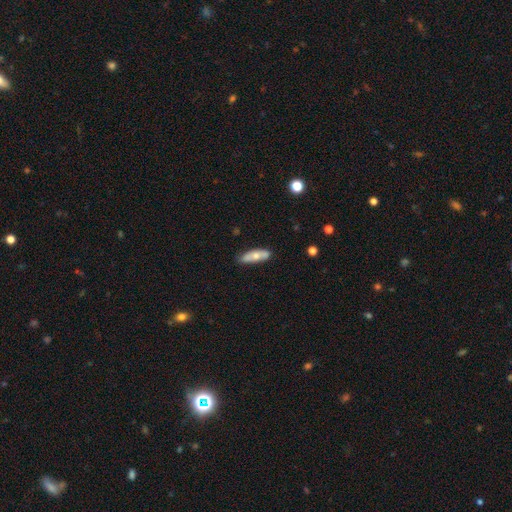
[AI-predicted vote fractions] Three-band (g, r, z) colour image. It shows a smooth galaxy with no disk features (62%) that is in between round and cigar-shaped (53%). Merging: none (78%).